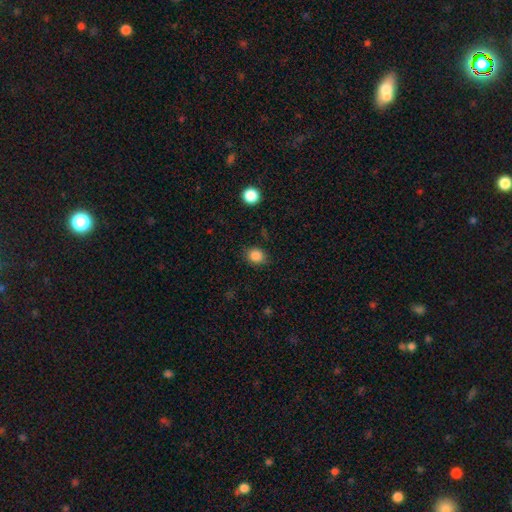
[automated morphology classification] Smooth or featured? smooth (85%)
How rounded? round (68%)
Merging? none (82%)